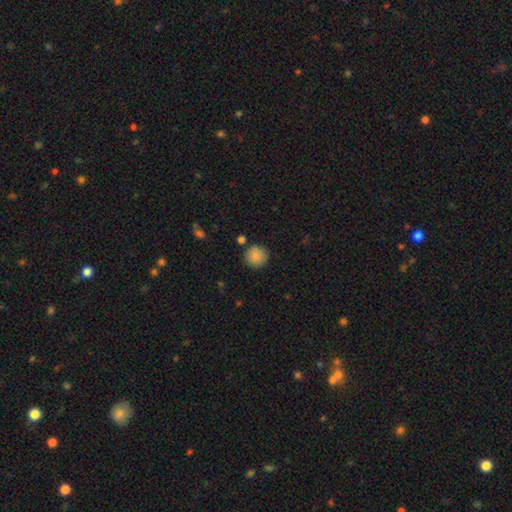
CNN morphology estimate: Overall: smooth (88%). How rounded: round (94%). Merging: none (87%).